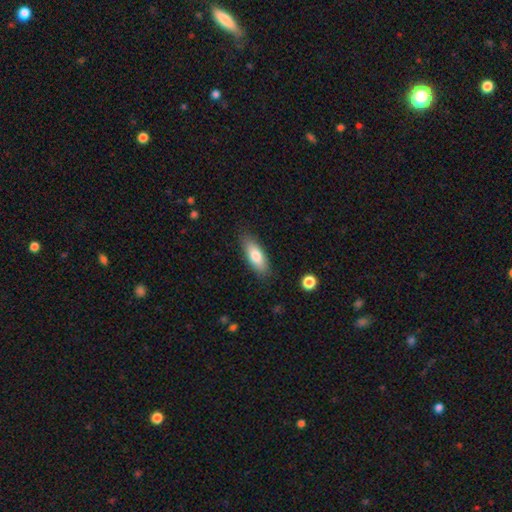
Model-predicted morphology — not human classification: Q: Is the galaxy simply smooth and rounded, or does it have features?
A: smooth — 79%.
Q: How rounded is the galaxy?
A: in between — 67%.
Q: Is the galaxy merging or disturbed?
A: none — 84%.